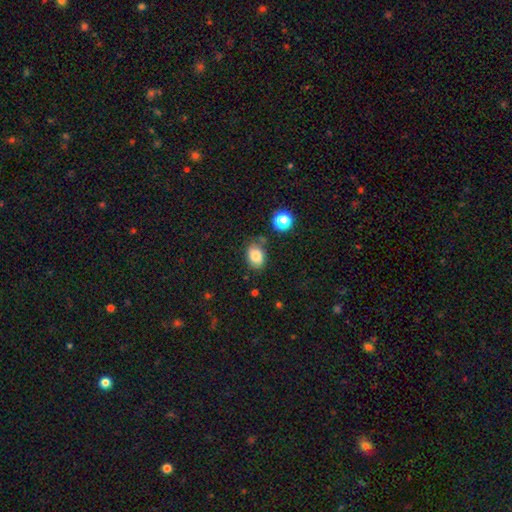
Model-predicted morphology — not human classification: Smooth or featured?
  - smooth: 82% *
  - star or artifact: 10%
  - featured or disk: 8%
How rounded?
  - in between: 77% *
  - round: 22%
  - cigar-shaped: 1%
Merging?
  - none: 71% *
  - minor disturbance: 18%
  - merger: 6%
  - major disturbance: 4%